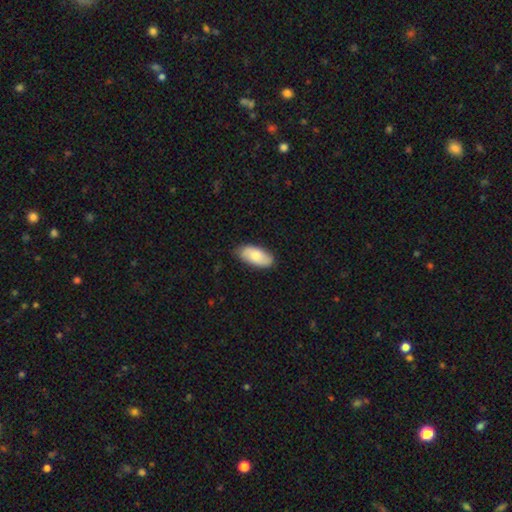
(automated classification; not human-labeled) Overall: smooth (70%). How rounded: in between (93%). Merging: none (83%).